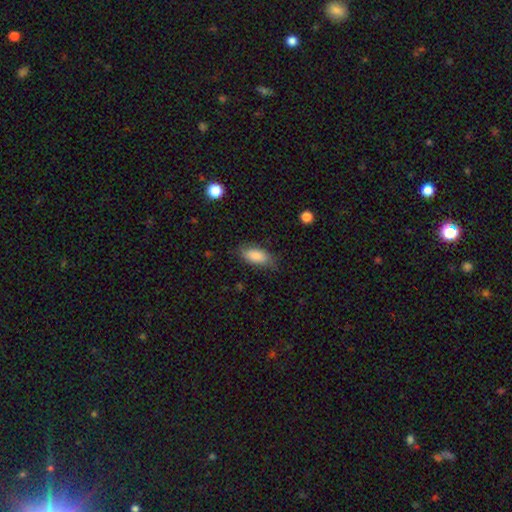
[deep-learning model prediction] Smooth or featured? smooth (85%)
How rounded? in between (89%)
Merging? none (74%)